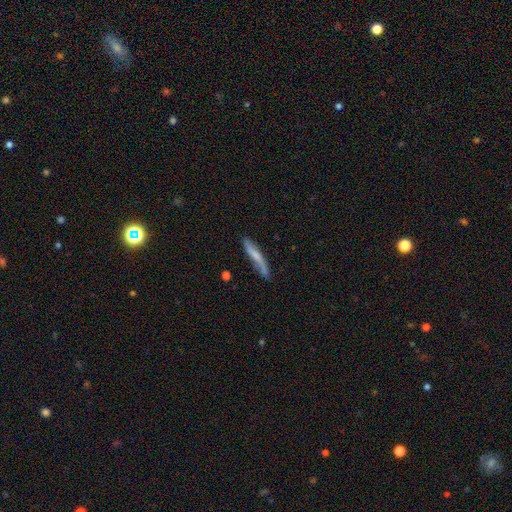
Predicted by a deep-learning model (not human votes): A featured or disk galaxy (47%, tied with smooth). Merging: none (69%).